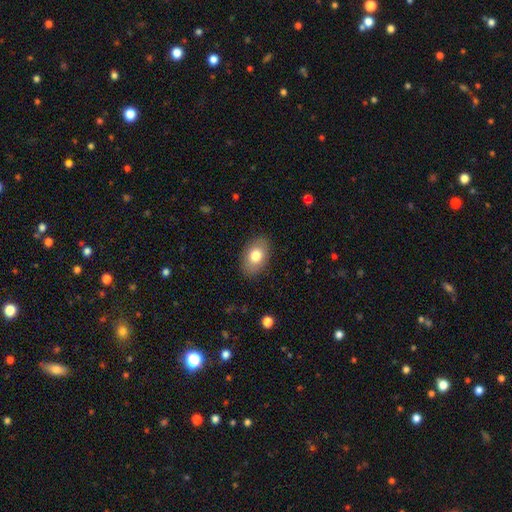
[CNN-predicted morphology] A smooth galaxy with no disk features (78%) that is in between round and cigar-shaped (87%).

Vote fractions:
- Smooth or featured? smooth: 78% / featured or disk: 15% / star or artifact: 7%
- How rounded? in between: 87% / round: 12% / cigar-shaped: 1%
- Merging? none: 87% / minor disturbance: 10% / major disturbance: 3% / merger: 1%